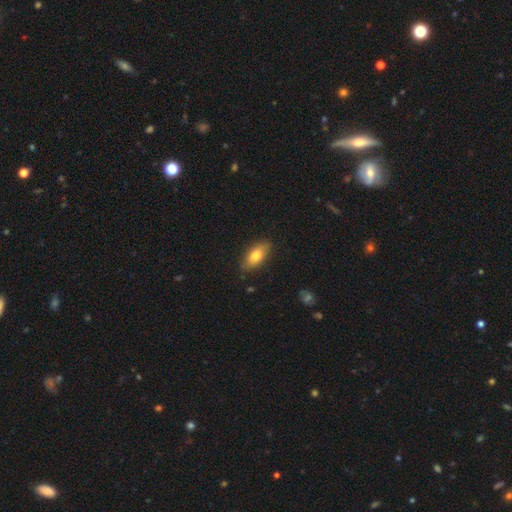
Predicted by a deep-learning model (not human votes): Q: Smooth or featured?
A: smooth (78%); runner-up: featured or disk (16%)
Q: How rounded?
A: in between (85%); runner-up: cigar-shaped (12%)
Q: Merging?
A: none (83%); runner-up: minor disturbance (13%)